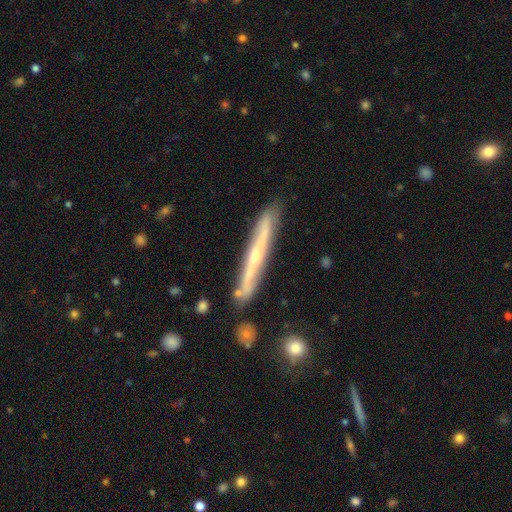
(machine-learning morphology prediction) A featured or disk galaxy (72%) viewed edge-on (90%) with a rounded central bulge (69%).

Vote fractions:
- Smooth or featured? featured or disk: 72% / smooth: 22% / star or artifact: 6%
- Edge-on disk? yes: 90% / no: 10%
- Edge-on bulge? rounded: 69% / none: 28% / boxy: 3%
- Merging? none: 81% / minor disturbance: 13% / merger: 3% / major disturbance: 2%